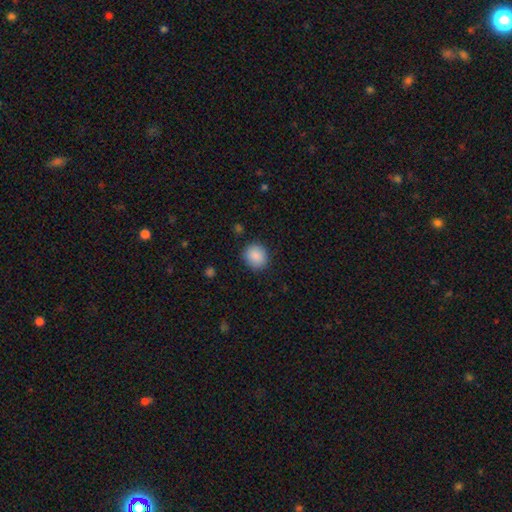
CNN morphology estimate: This appears to be a smooth galaxy with no disk features (89%) that is round (77%). Merging: none (87%).